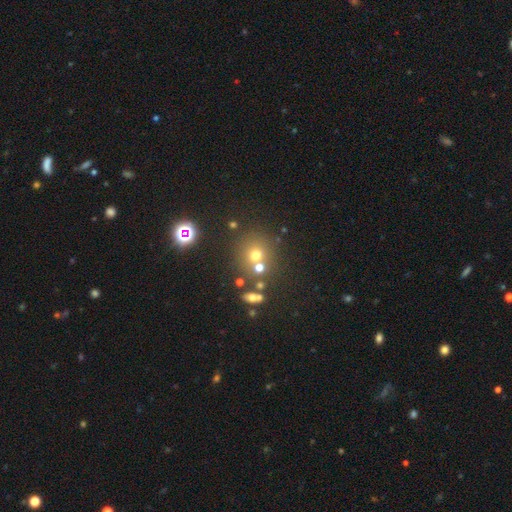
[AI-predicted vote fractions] Smooth or featured: smooth — 64% (star or artifact — 22%)
How rounded: round — 87% (in between — 12%)
Merging: none — 64% (merger — 22%)